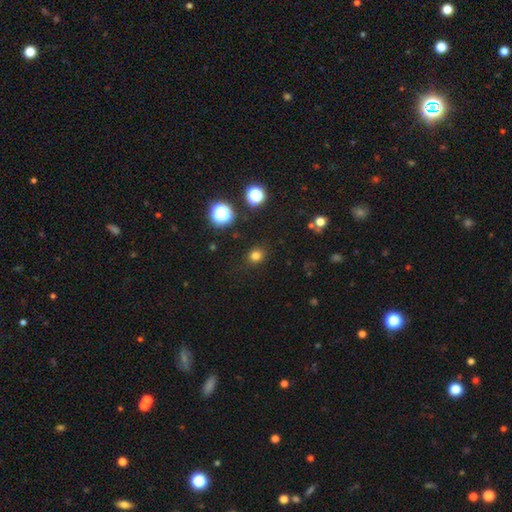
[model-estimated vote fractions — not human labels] This is likely a smooth galaxy (77%). How rounded: clearly round (81%). Merging: clearly none (87%).